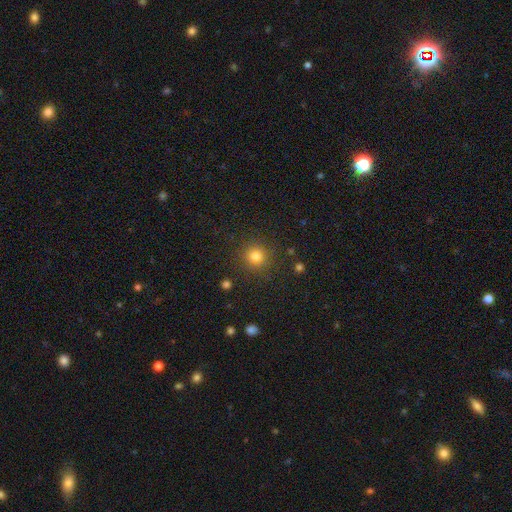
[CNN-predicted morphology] This appears to be a smooth galaxy with no disk features (82%) that is round (93%). Merging: none (89%).